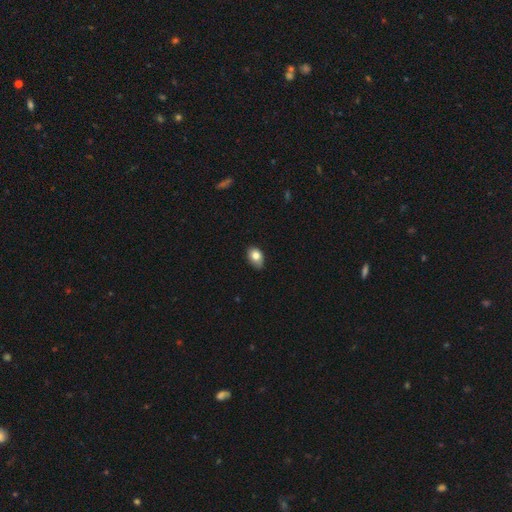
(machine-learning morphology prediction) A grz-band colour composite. It shows a smooth galaxy with no disk features (81%) that is in between round and cigar-shaped (80%). Merging: none (71%).